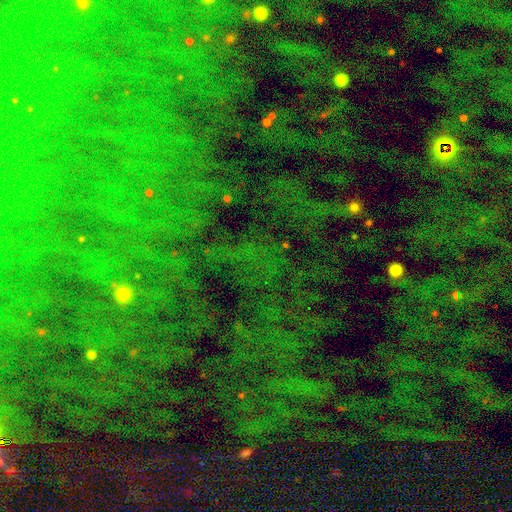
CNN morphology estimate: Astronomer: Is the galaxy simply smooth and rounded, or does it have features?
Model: star or artifact — 81%.